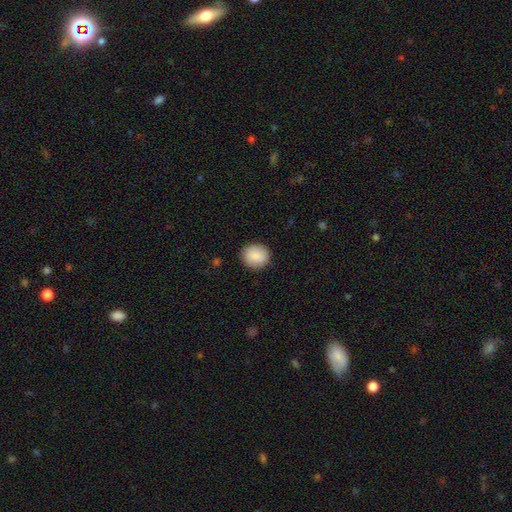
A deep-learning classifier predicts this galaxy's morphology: A smooth galaxy with no disk features (89%) that is round (84%).

Vote fractions:
- Smooth or featured? smooth: 89% / star or artifact: 7% / featured or disk: 5%
- How rounded? round: 84% / in between: 15% / cigar-shaped: 1%
- Merging? none: 89% / minor disturbance: 8% / major disturbance: 2% / merger: 1%